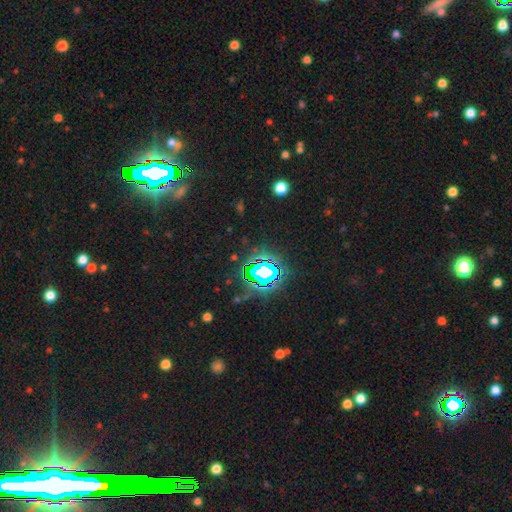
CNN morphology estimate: Smooth or featured? star or artifact (84%)